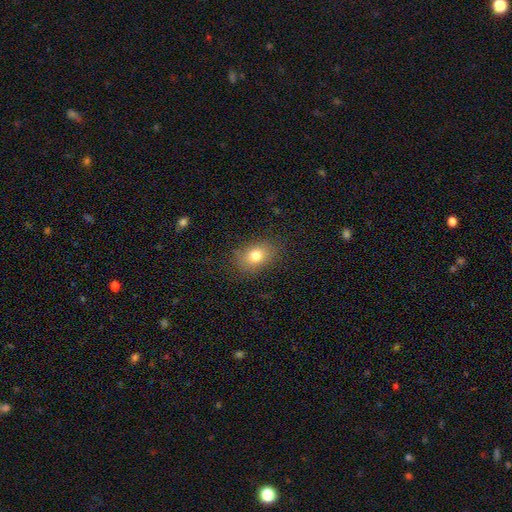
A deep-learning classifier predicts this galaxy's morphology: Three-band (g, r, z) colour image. It shows a smooth galaxy with no disk features (78%) that is in between round and cigar-shaped (73%). Merging: none (81%).